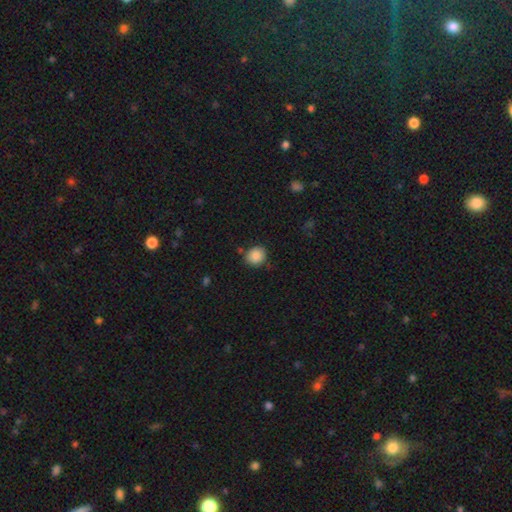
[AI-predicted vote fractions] A smooth galaxy with no disk features (88%) that is round (73%). Merging: none (79%).